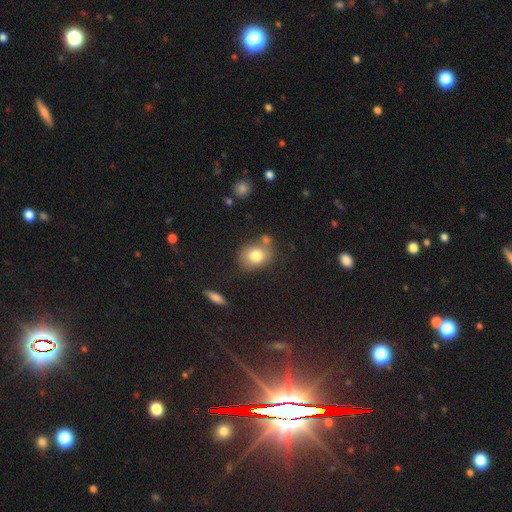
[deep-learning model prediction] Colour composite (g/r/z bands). It shows a smooth galaxy with no disk features (78%) that is in between round and cigar-shaped (55%). Merging: none (63%).